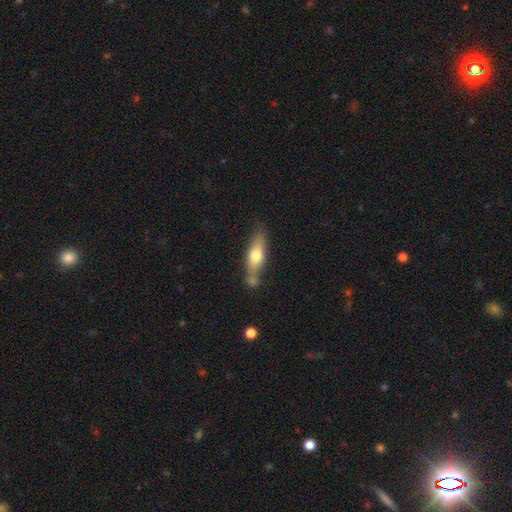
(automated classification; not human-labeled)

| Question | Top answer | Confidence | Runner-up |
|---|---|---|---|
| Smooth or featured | smooth | 59% | featured or disk (35%) |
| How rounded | in between | 49% | cigar-shaped (47%) |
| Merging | none | 59% | merger (19%) |